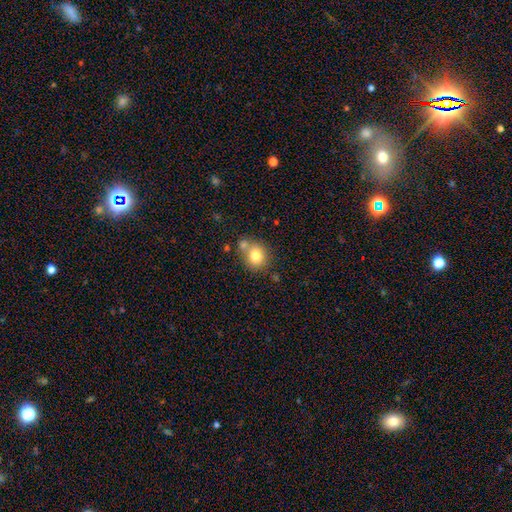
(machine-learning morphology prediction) Q: Smooth or featured?
A: smooth (77%); runner-up: featured or disk (12%)
Q: How rounded?
A: round (80%); runner-up: in between (19%)
Q: Merging?
A: none (61%); runner-up: merger (23%)